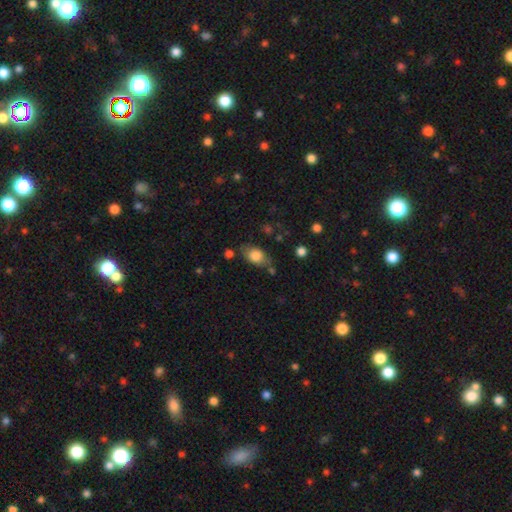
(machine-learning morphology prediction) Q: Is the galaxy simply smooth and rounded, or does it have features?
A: smooth — 80%.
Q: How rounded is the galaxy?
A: in between — 79%.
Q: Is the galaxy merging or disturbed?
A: none — 66%.